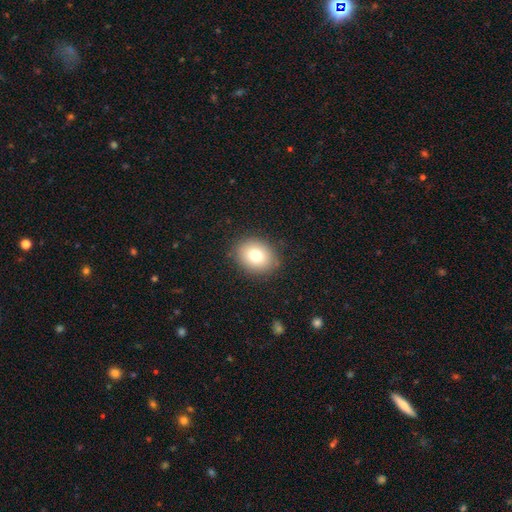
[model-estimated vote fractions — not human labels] smooth_or_featured: smooth (p=0.77) [alt: featured or disk p=0.13]
how_rounded: in between (p=0.50) [alt: round p=0.49]
merging: none (p=0.87) [alt: minor disturbance p=0.09]